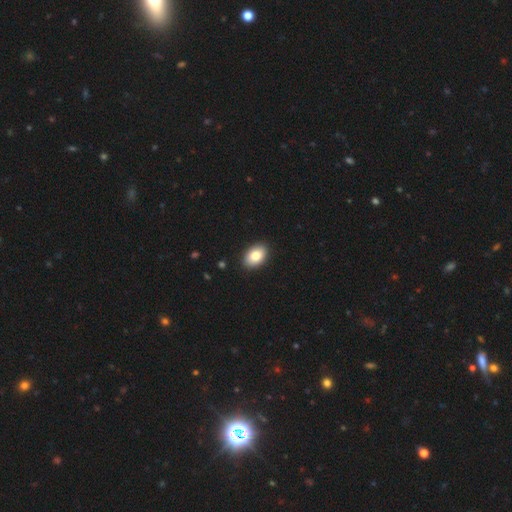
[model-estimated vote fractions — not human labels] This is clearly a smooth galaxy (85%). How rounded: clearly in between (90%). Merging: clearly none (90%).